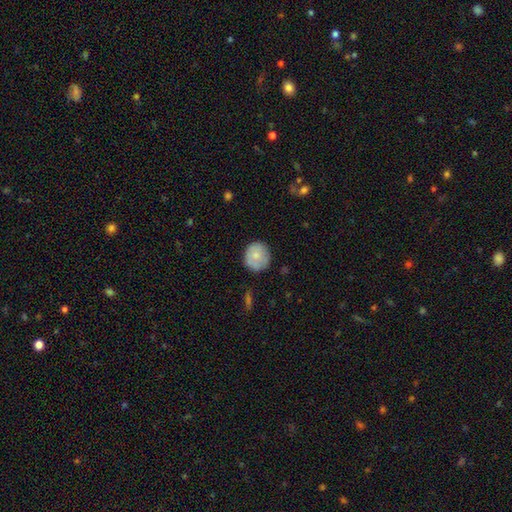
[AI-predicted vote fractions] smooth_or_featured: smooth (p=0.75) [alt: featured or disk p=0.18]
how_rounded: round (p=0.87) [alt: in between p=0.12]
merging: none (p=0.79) [alt: minor disturbance p=0.16]